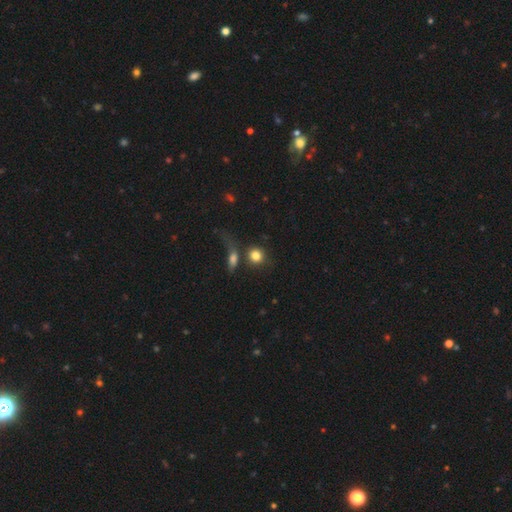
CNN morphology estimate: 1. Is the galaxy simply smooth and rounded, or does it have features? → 82% smooth, 10% star or artifact, 8% featured or disk.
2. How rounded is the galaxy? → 78% round, 20% in between, 2% cigar-shaped.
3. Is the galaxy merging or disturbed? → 54% none, 25% merger, 12% minor disturbance, 9% major disturbance.